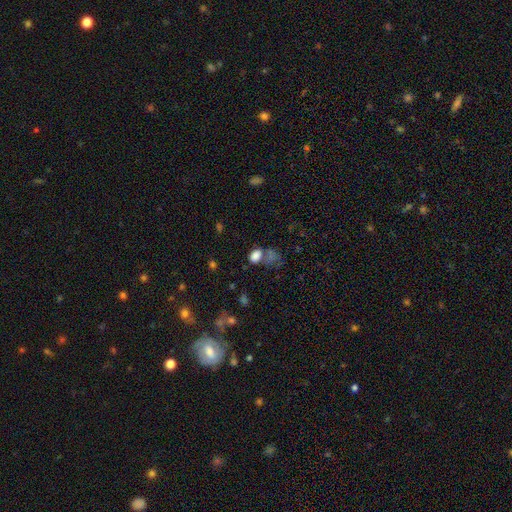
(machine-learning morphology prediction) Smooth or featured? Predicted: smooth (p=0.78). How rounded? Predicted: in between (p=0.78). Merging? Predicted: none (p=0.44).